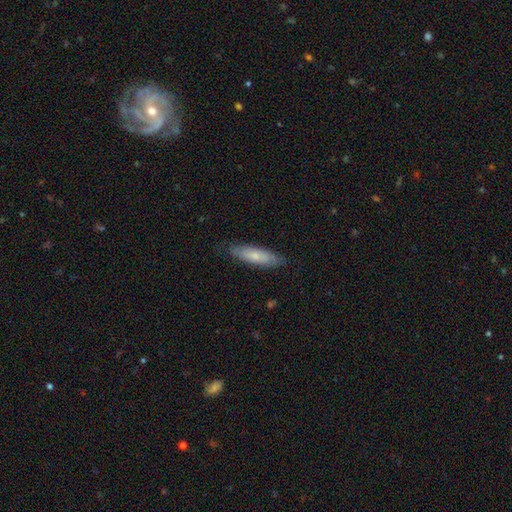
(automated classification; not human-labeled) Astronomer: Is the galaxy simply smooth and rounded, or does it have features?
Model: smooth — 68%.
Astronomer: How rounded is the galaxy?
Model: cigar-shaped — 61% (runner-up: in between, 38%).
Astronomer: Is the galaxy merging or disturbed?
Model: none — 81%.